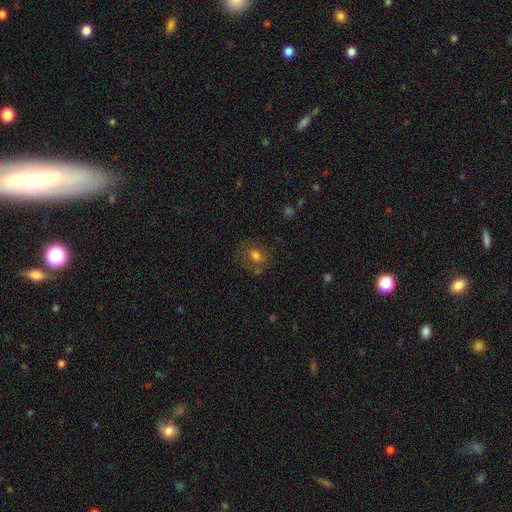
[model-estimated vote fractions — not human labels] smooth_or_featured: smooth (p=0.72) [alt: featured or disk p=0.15]
how_rounded: round (p=0.56) [alt: in between p=0.43]
merging: none (p=0.68) [alt: minor disturbance p=0.19]